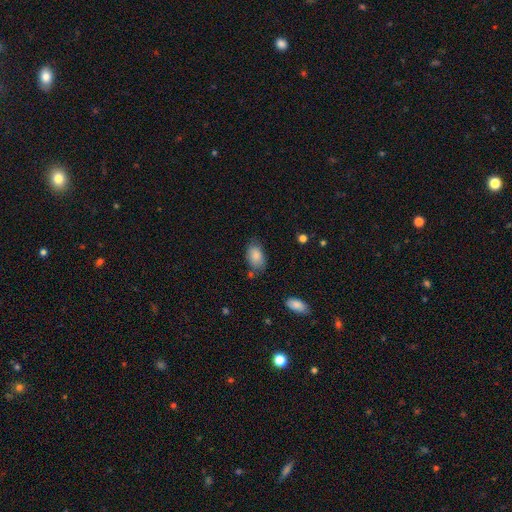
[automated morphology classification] Smooth or featured? smooth (86%)
How rounded? in between (91%)
Merging? none (68%)